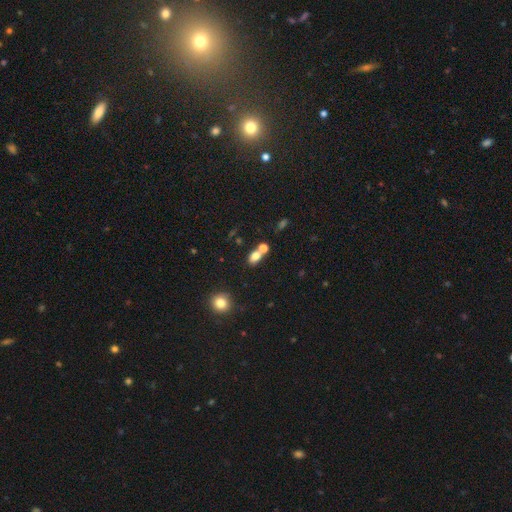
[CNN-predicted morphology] This is likely a smooth galaxy (76%). How rounded: likely in between (71%). Merging: marginally none (43%, tied with merger).